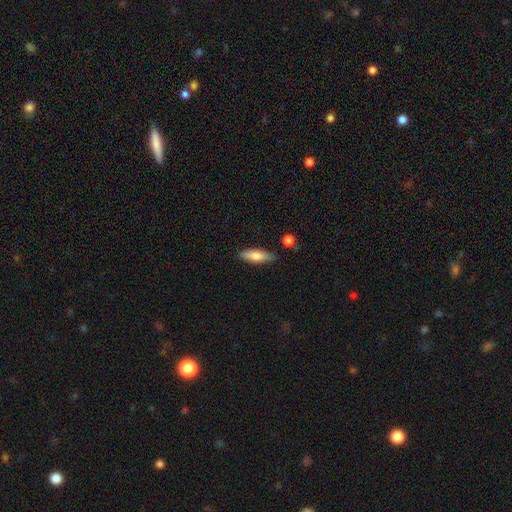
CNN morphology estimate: The model was most divided on "how rounded": cigar-shaped: 59%, in between: 39%, round: 2%. More confident: merging — none (82%); smooth or featured — smooth (69%).